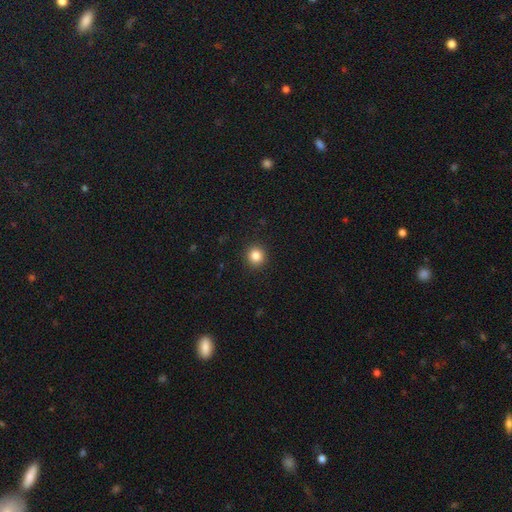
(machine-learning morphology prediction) Smooth or featured?
  - smooth: 84% *
  - star or artifact: 11%
  - featured or disk: 4%
How rounded?
  - round: 93% *
  - in between: 6%
  - cigar-shaped: 1%
Merging?
  - none: 92% *
  - minor disturbance: 5%
  - major disturbance: 2%
  - merger: 1%